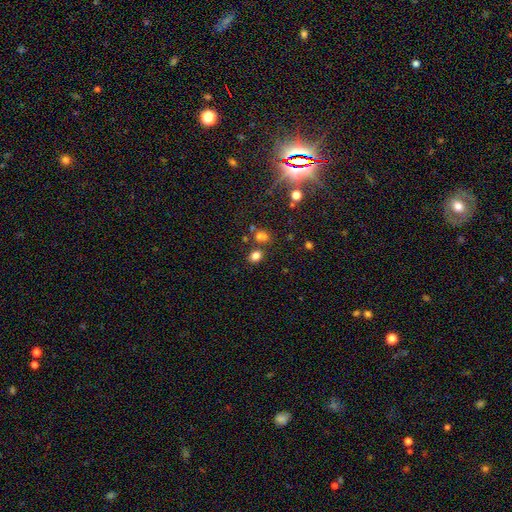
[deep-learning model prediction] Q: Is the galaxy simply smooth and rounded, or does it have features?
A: smooth — 77%.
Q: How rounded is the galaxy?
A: in between — 56%.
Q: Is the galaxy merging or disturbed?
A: none — 68%.